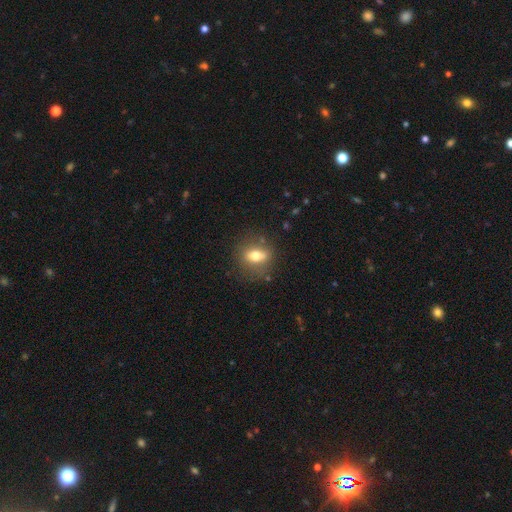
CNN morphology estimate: smooth 66%, featured or disk 24%, star or artifact 10%. Down the decision tree: how rounded — in between (59%); merging — none (76%).